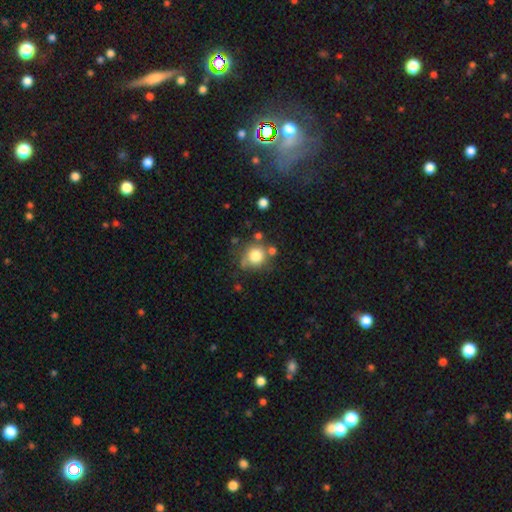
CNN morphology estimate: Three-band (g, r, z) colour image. It shows a smooth galaxy with no disk features (79%) that is round (85%). Merging: none (60%).